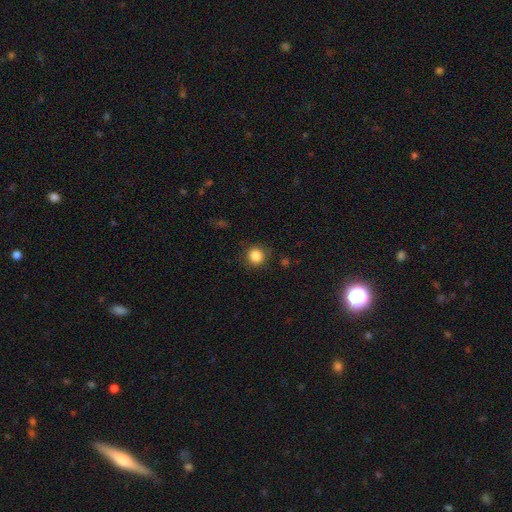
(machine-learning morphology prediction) smooth_or_featured: smooth (p=0.86) [alt: star or artifact p=0.10]
how_rounded: round (p=0.91) [alt: in between p=0.08]
merging: none (p=0.86) [alt: minor disturbance p=0.10]